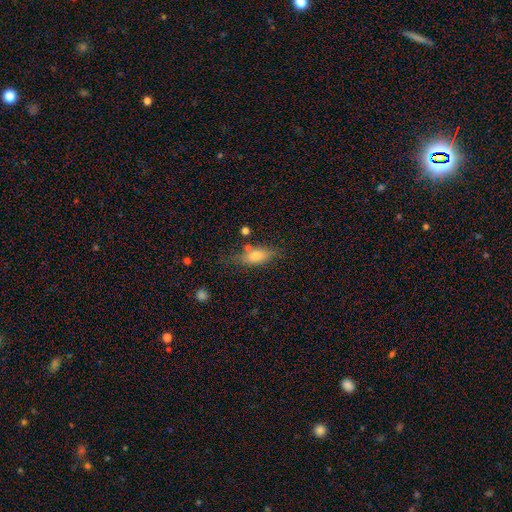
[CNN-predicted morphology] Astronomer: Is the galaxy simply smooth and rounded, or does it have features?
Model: smooth — 70%.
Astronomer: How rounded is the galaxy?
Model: in between — 75%.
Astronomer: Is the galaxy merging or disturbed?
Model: none — 64%.